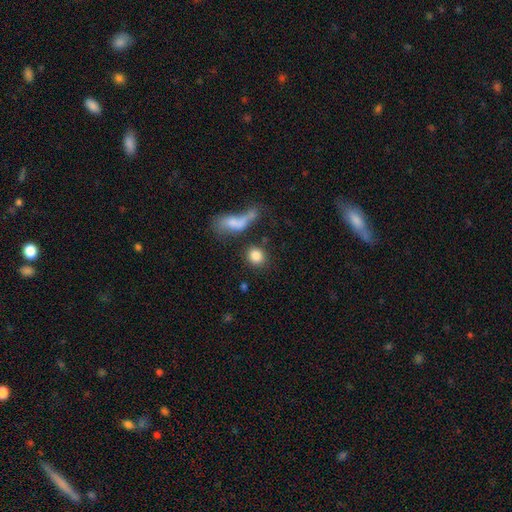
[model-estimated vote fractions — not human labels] Morphology: type=smooth (83%); roundness=round (77%); merging=none (68%).